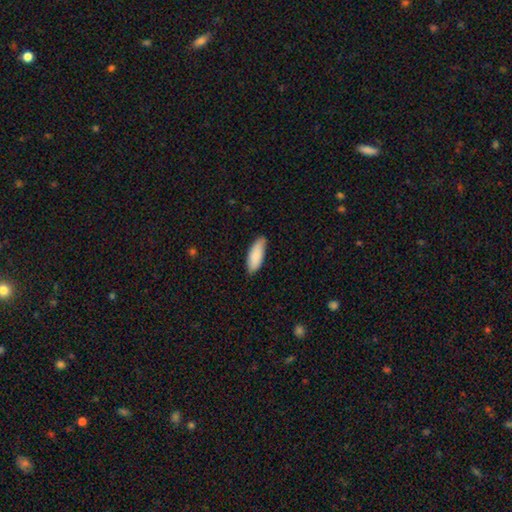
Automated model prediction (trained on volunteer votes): A smooth galaxy with no disk features (88%) that is in between round and cigar-shaped (75%). Merging: none (79%).